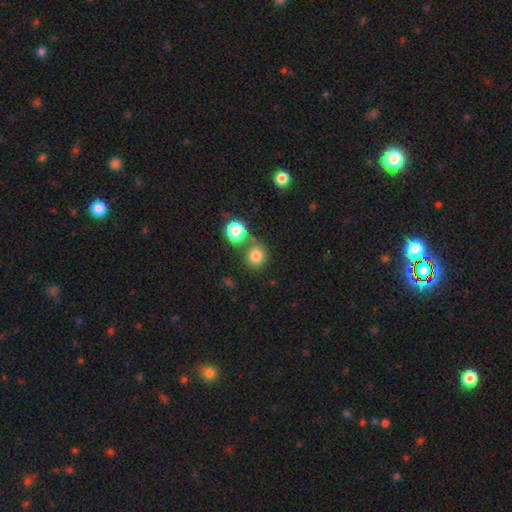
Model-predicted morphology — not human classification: This is likely a smooth galaxy (79%). How rounded: clearly round (85%). Merging: likely none (69%).